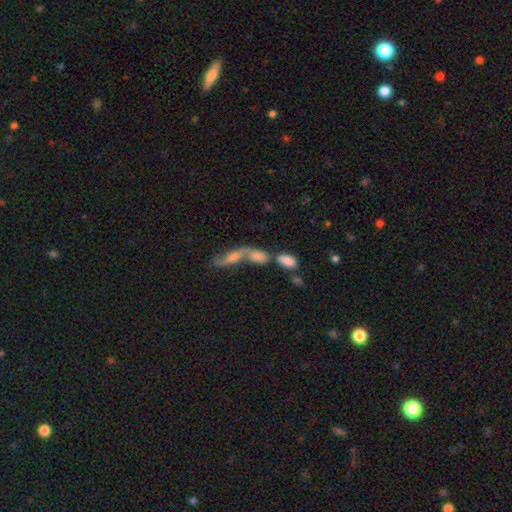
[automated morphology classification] The model was most divided on "smooth or featured": smooth: 52%, featured or disk: 37%, star or artifact: 11%. More confident: how rounded — in between (66%); merging — merger (63%).